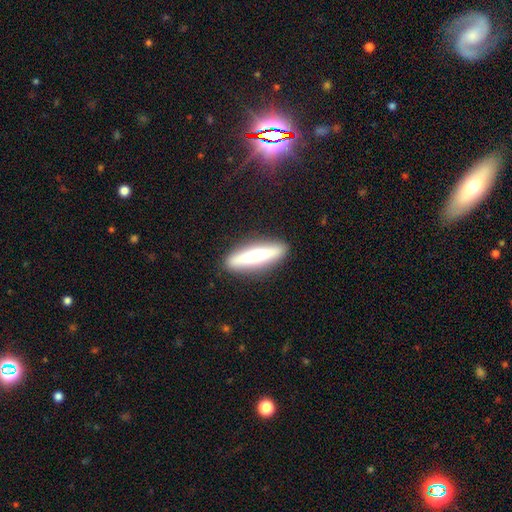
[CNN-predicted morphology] Smooth or featured? smooth (52%)
How rounded? cigar-shaped (79%)
Merging? none (90%)